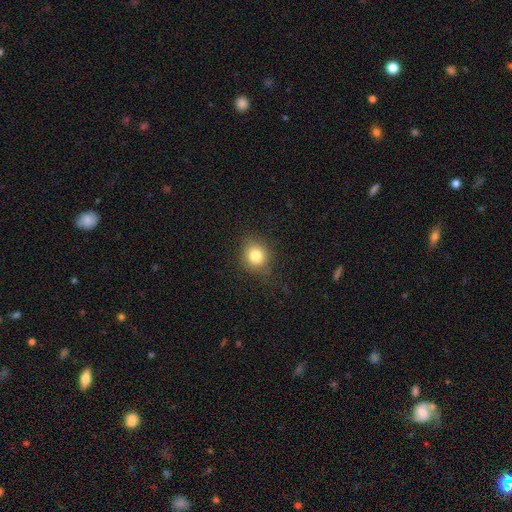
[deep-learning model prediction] Overall: smooth (80%). How rounded: round (82%). Merging: none (82%).